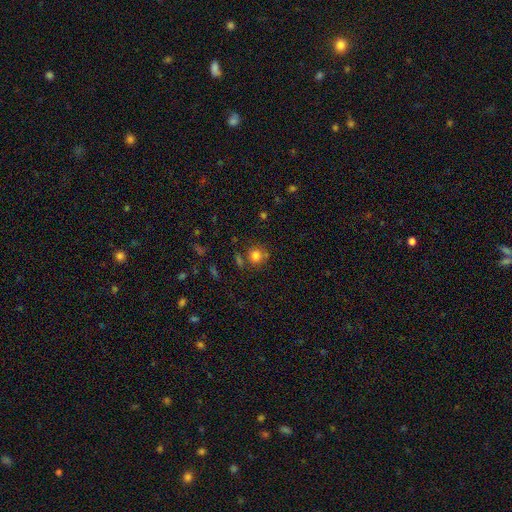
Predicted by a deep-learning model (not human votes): A smooth galaxy with no disk features (80%) that is round (86%). Merging: none (69%).